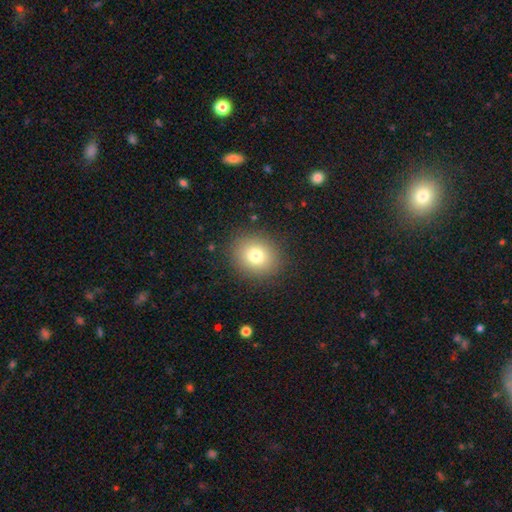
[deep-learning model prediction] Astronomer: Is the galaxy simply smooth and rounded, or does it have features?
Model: smooth — 78%.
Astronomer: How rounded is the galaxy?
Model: round — 72%.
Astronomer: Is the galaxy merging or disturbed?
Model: none — 88%.